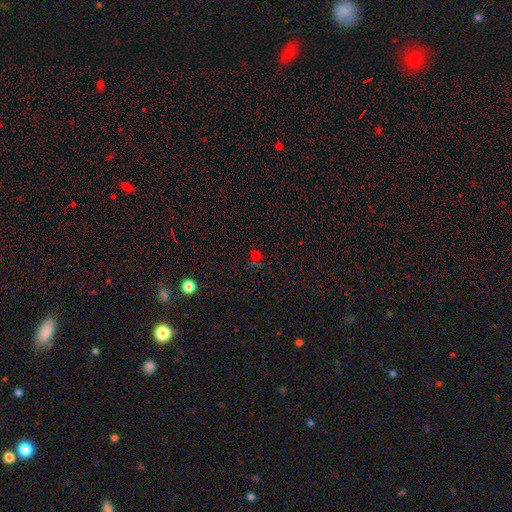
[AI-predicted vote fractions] Smooth or featured? Predicted: smooth (p=0.54). How rounded? Predicted: round (p=0.81). Merging? Predicted: none (p=0.76).